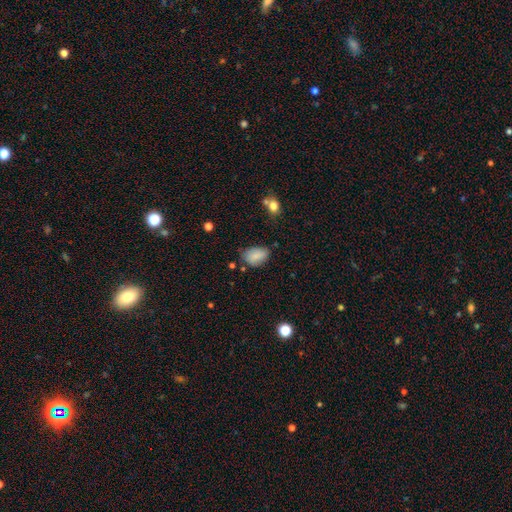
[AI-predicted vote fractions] A smooth galaxy with no disk features (84%) that is in between round and cigar-shaped (87%). Merging: none (60%).